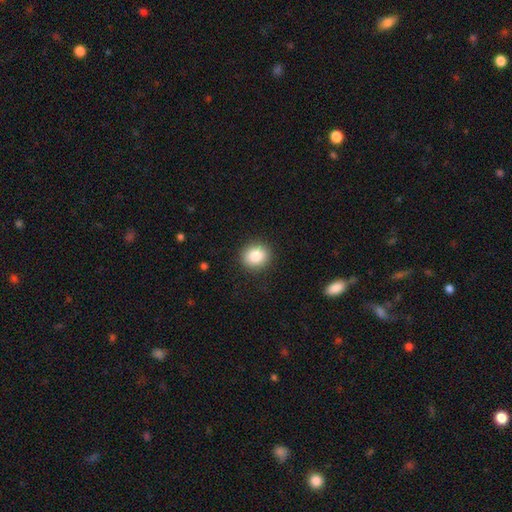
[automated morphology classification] Overall: smooth (86%). How rounded: round (79%). Merging: none (90%).